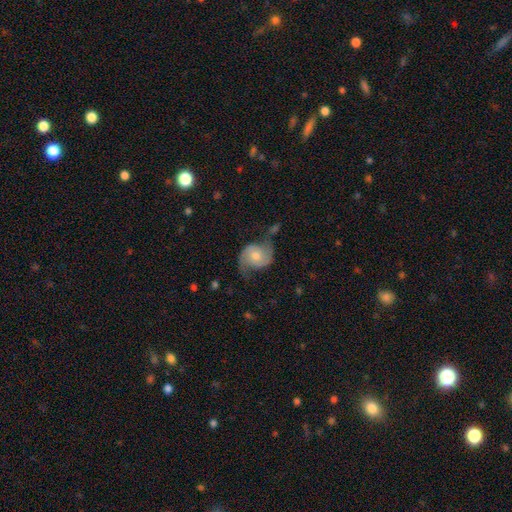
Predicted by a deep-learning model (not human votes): featured or disk 75%, smooth 18%, star or artifact 7%. Down the decision tree: edge-on disk — no (98%); bar — no (67%); spiral arms — yes (94%); spiral arm count — 2 (91%); spiral winding — loose (45%); bulge size — moderate (61%); merging — none (60%).